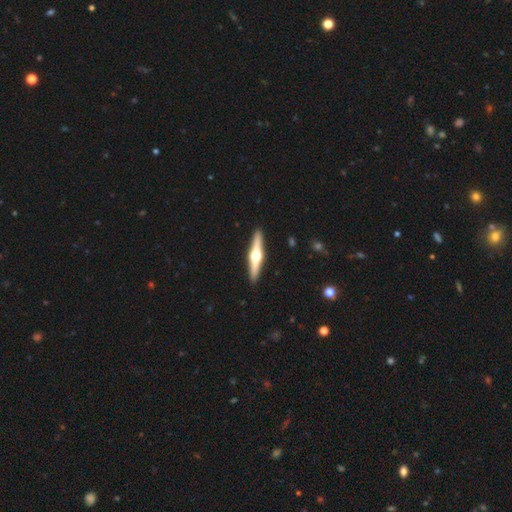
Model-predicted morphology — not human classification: smooth-or-featured: featured or disk: 75% | smooth: 20% | star or artifact: 5%
  disk-edge-on: yes: 98% | no: 2%
    edge-on-bulge: rounded: 96% | boxy: 2% | none: 1%
  merging: none: 92% | minor disturbance: 5% | major disturbance: 1% | merger: 1%